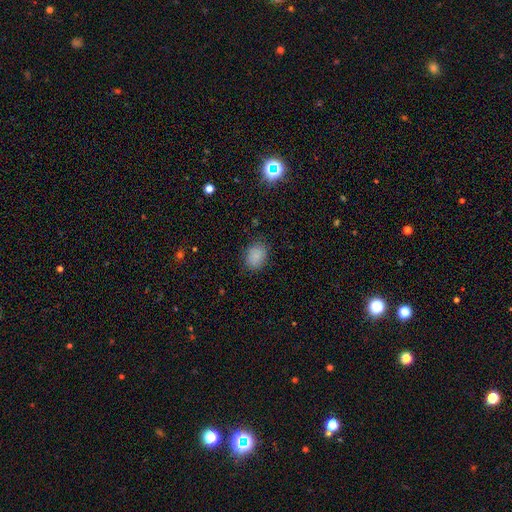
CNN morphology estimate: A smooth galaxy with no disk features (84%) that is in between round and cigar-shaped (60%). Merging: none (79%).